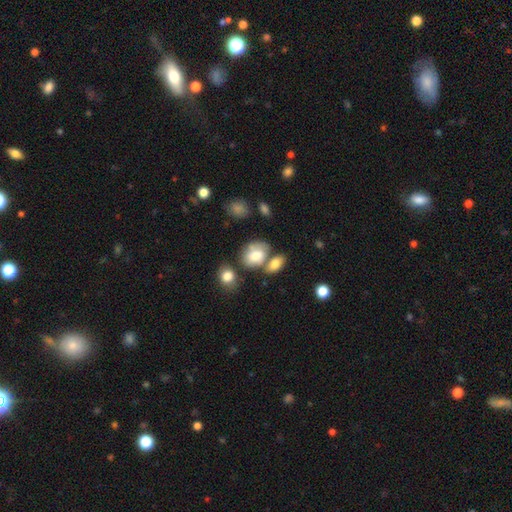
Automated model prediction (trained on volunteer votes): This is likely a smooth galaxy (72%). How rounded: likely in between (70%). Merging: marginally none (41%).